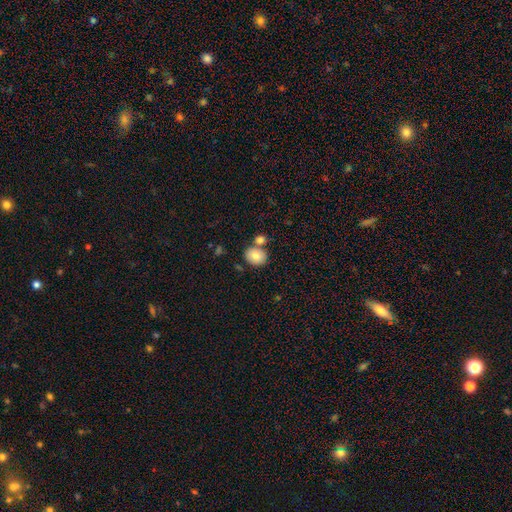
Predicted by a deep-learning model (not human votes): smooth-or-featured: smooth: 80% | featured or disk: 12% | star or artifact: 8%
  how-rounded: round: 58% | in between: 41% | cigar-shaped: 1%
  merging: none: 63% | merger: 24% | minor disturbance: 10% | major disturbance: 3%